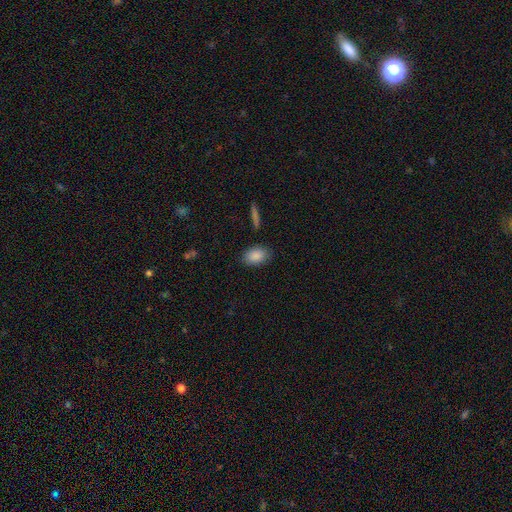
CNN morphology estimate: The model was most divided on "merging": none: 84%, minor disturbance: 11%, major disturbance: 3%, merger: 2%. More confident: smooth or featured — smooth (88%); how rounded — in between (86%).